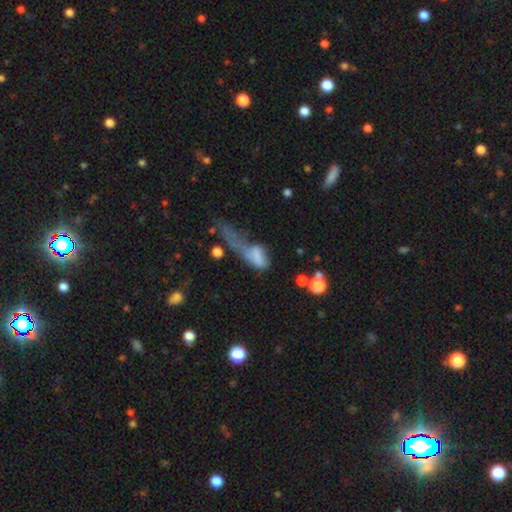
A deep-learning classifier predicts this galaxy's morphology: smooth_or_featured: smooth (p=0.66) [alt: featured or disk p=0.23]
how_rounded: in between (p=0.80) [alt: cigar-shaped p=0.12]
merging: major disturbance (p=0.56) [alt: merger p=0.19]